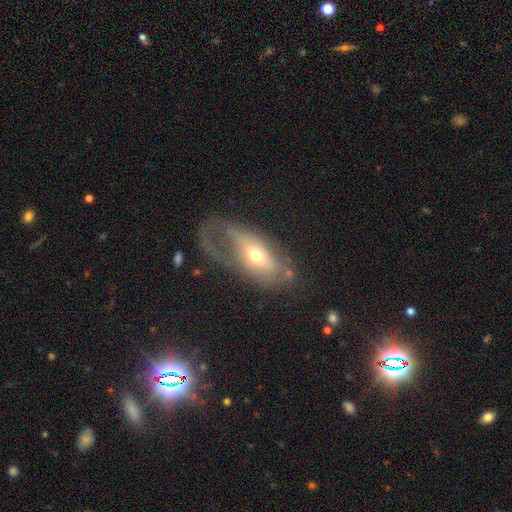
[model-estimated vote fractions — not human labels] Smooth or featured? Predicted: featured or disk (p=0.51). Edge-on disk? Predicted: no (p=0.77). Merging? Predicted: none (p=0.38).